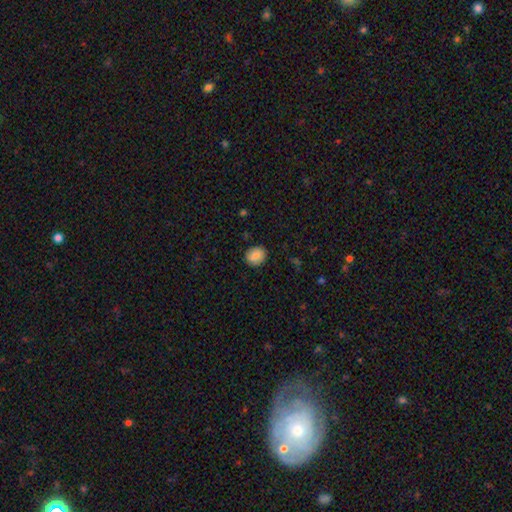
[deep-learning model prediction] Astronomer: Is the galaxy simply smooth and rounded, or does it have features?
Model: smooth — 85%.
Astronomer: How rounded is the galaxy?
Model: round — 67%.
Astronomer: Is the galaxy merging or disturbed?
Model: none — 87%.